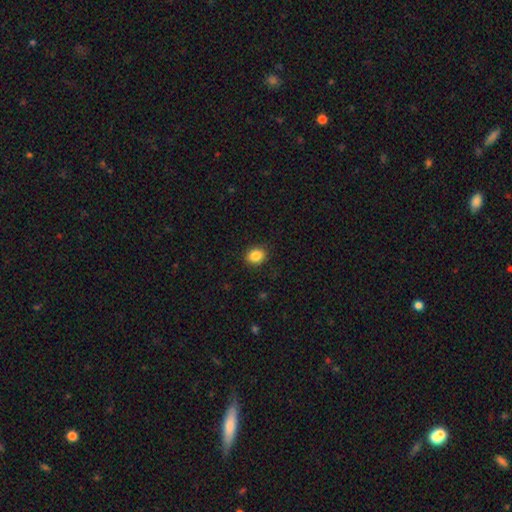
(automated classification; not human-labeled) A smooth galaxy with no disk features (87%) that is round (60%).

Vote fractions:
- Smooth or featured? smooth: 87% / star or artifact: 9% / featured or disk: 4%
- How rounded? round: 60% / in between: 39% / cigar-shaped: 1%
- Merging? none: 89% / minor disturbance: 8% / major disturbance: 2% / merger: 1%